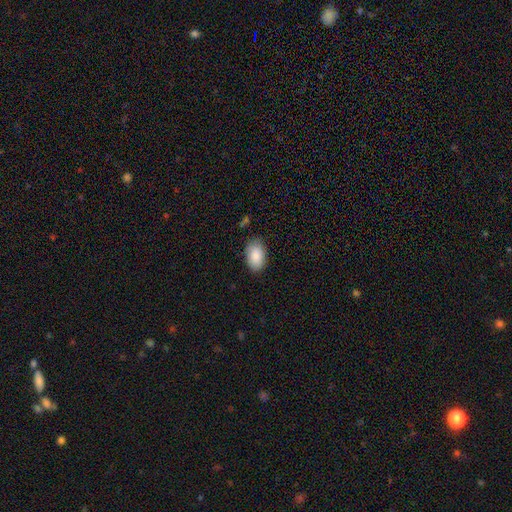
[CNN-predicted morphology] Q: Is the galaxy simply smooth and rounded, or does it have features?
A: smooth — 88%.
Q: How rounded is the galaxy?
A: in between — 92%.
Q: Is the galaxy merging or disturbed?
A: none — 84%.